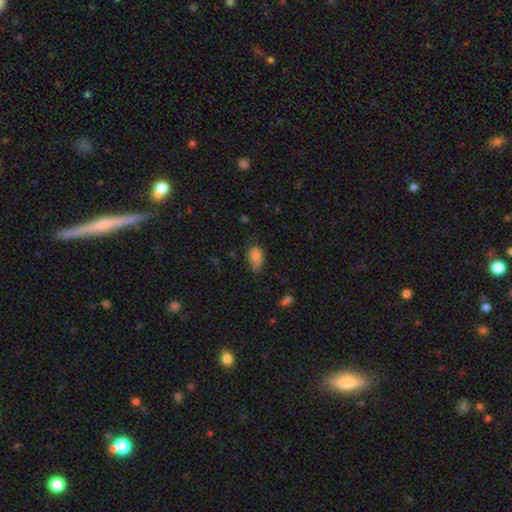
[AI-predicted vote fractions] Smooth or featured? Predicted: smooth (p=0.82). How rounded? Predicted: in between (p=0.89). Merging? Predicted: none (p=0.47).